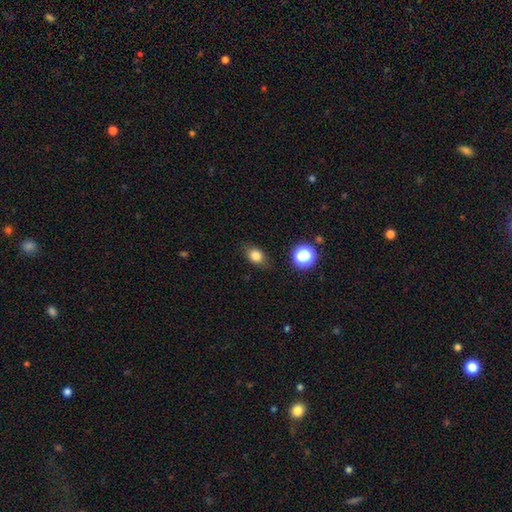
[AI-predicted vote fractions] Smooth or featured: smooth — 81% (star or artifact — 12%)
How rounded: in between — 55% (round — 43%)
Merging: none — 79% (minor disturbance — 15%)